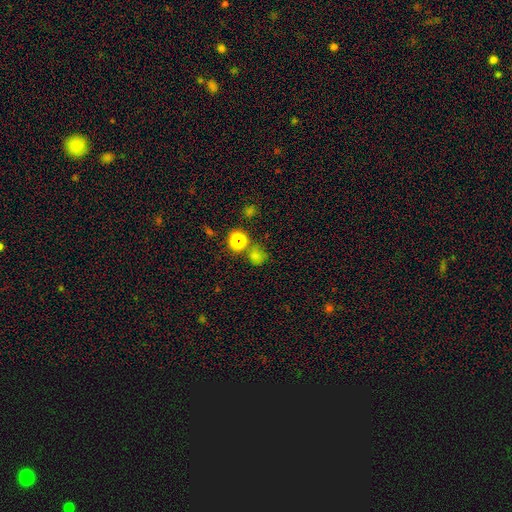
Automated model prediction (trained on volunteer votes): The model was most divided on "smooth or featured": smooth: 62%, star or artifact: 31%, featured or disk: 7%. More confident: how rounded — round (80%); merging — none (64%).